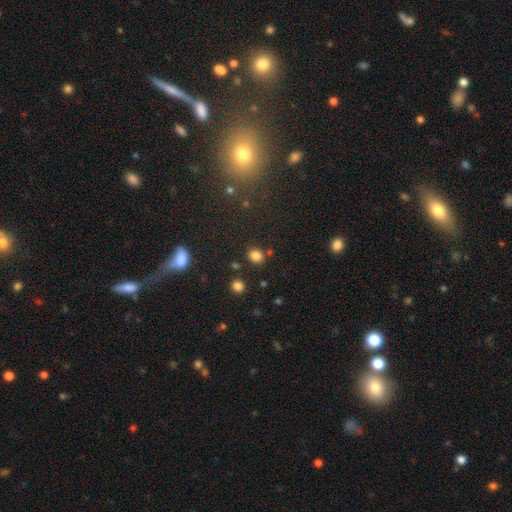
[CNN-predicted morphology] Smooth or featured?
  - smooth: 82% *
  - star or artifact: 13%
  - featured or disk: 5%
How rounded?
  - round: 64% *
  - in between: 35%
  - cigar-shaped: 1%
Merging?
  - none: 81% *
  - minor disturbance: 9%
  - merger: 6%
  - major disturbance: 3%